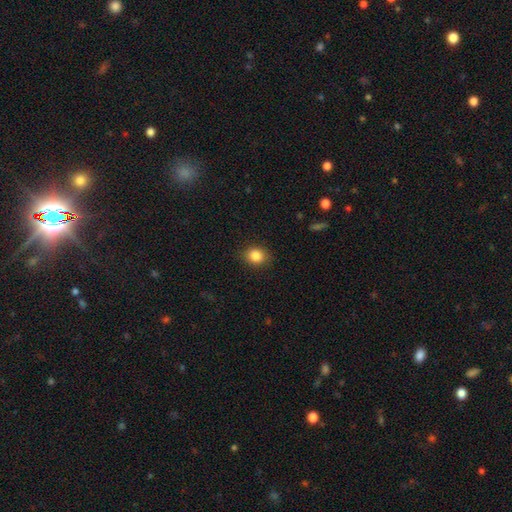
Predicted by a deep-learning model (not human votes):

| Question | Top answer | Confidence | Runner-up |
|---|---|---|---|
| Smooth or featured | smooth | 86% | star or artifact (10%) |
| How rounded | round | 63% | in between (36%) |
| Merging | none | 86% | minor disturbance (10%) |